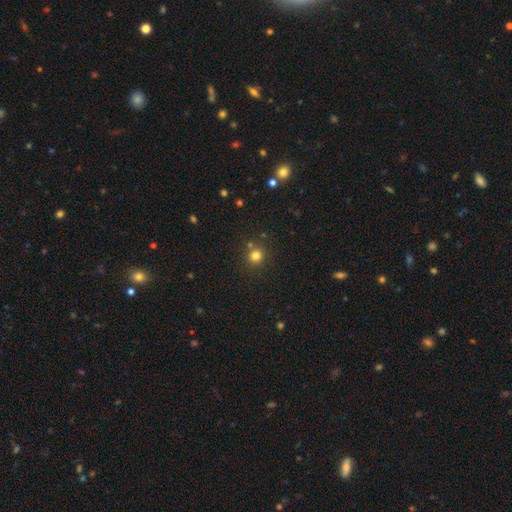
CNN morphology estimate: The model was most divided on "smooth or featured": smooth: 79%, star or artifact: 16%, featured or disk: 5%. More confident: how rounded — round (91%); merging — none (81%).